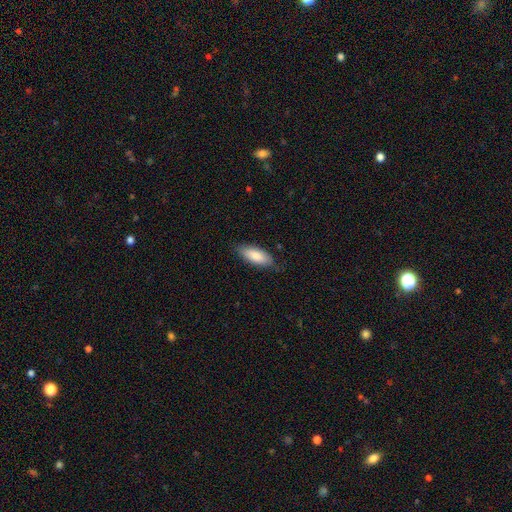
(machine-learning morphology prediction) A smooth galaxy with no disk features (84%) that is in between round and cigar-shaped (75%).

Vote fractions:
- Smooth or featured? smooth: 84% / featured or disk: 10% / star or artifact: 6%
- How rounded? in between: 75% / cigar-shaped: 23% / round: 2%
- Merging? none: 80% / minor disturbance: 16% / major disturbance: 3% / merger: 1%